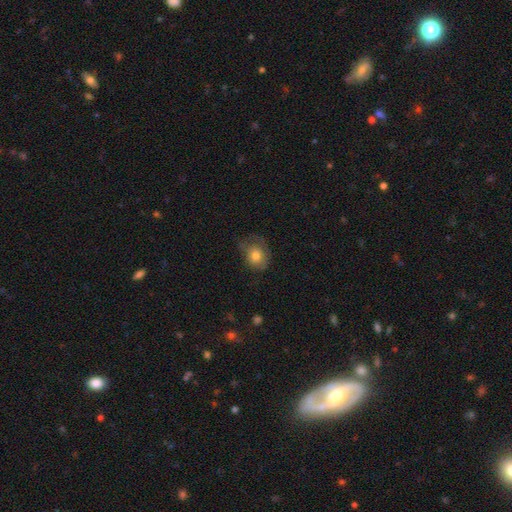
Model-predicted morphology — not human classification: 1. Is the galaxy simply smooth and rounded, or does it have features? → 71% smooth, 21% featured or disk, 8% star or artifact.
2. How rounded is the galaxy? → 50% in between, 49% round, 1% cigar-shaped.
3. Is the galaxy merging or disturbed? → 46% none, 31% minor disturbance, 21% major disturbance, 2% merger.